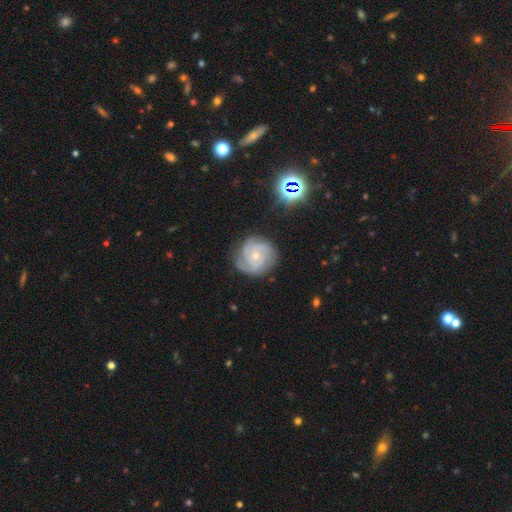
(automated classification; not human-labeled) Overall: featured or disk (84%). Edge-on disk: no (98%). Bar: no (75%). Spiral arms: yes (96%). Spiral arm count: 3 (44%; 2 18%). Spiral winding: tight (63%; medium 31%). Bulge size: small (62%; moderate 35%). Merging: none (77%).